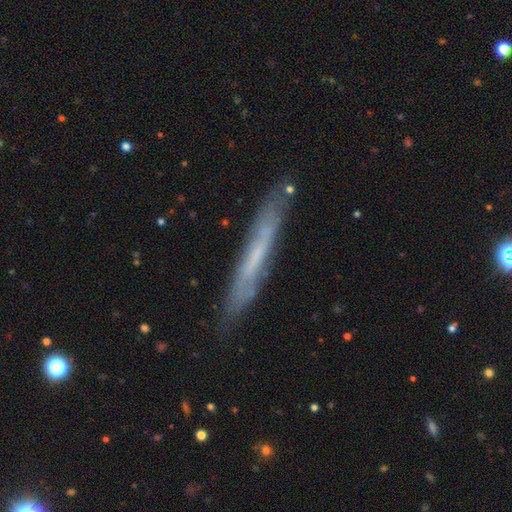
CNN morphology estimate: A featured or disk galaxy (54%) viewed edge-on (80%).

Vote fractions:
- Smooth or featured? featured or disk: 54% / smooth: 39% / star or artifact: 7%
- Edge-on disk? yes: 80% / no: 20%
- Merging? none: 82% / minor disturbance: 13% / major disturbance: 3% / merger: 2%